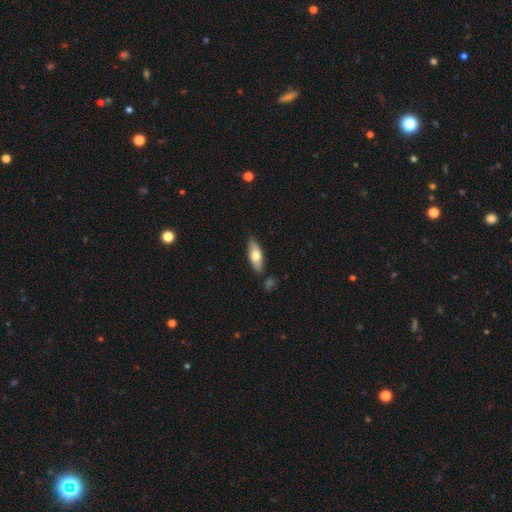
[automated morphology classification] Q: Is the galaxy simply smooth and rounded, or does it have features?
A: smooth — 66%.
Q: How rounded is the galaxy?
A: in between — 66%.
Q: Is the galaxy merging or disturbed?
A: none — 83%.